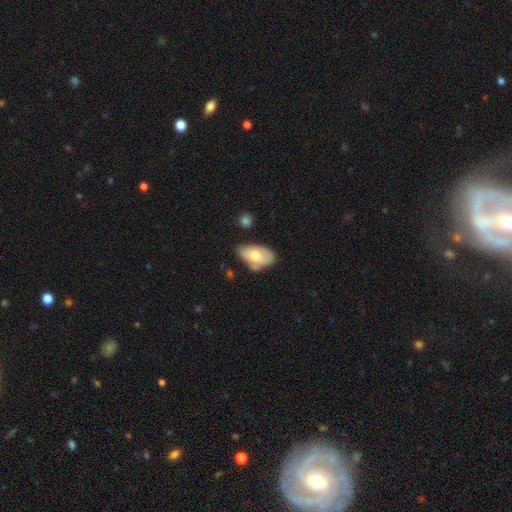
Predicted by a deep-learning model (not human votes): Morphology: type=smooth (64%); roundness=in between (92%); merging=none (47%).